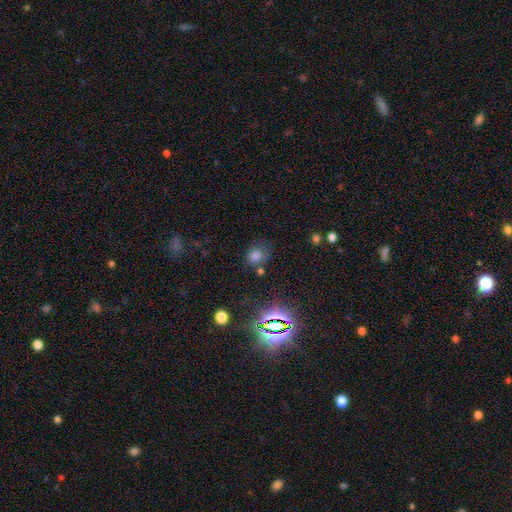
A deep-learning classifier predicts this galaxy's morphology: A smooth galaxy with no disk features (60%) that is round (63%). Merging: none (71%).